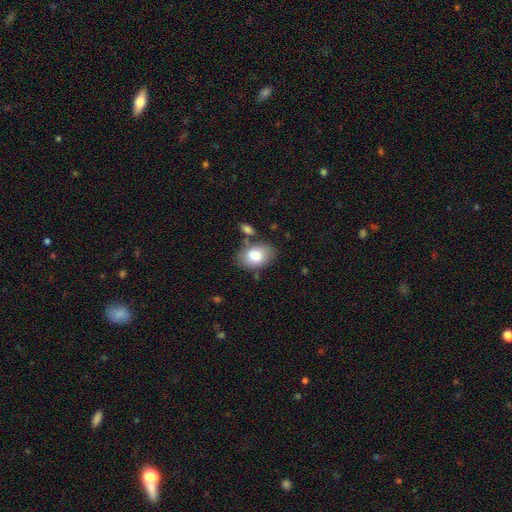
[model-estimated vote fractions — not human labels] Overall: smooth (80%). How rounded: in between (81%). Merging: none (68%).